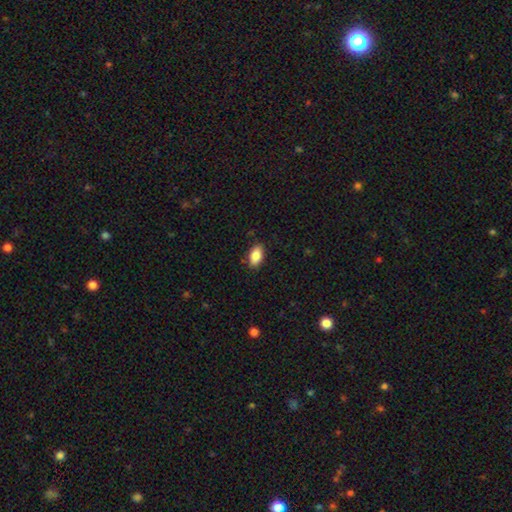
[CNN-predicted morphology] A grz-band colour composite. It shows a smooth galaxy with no disk features (87%) that is in between round and cigar-shaped (92%). Merging: none (85%).